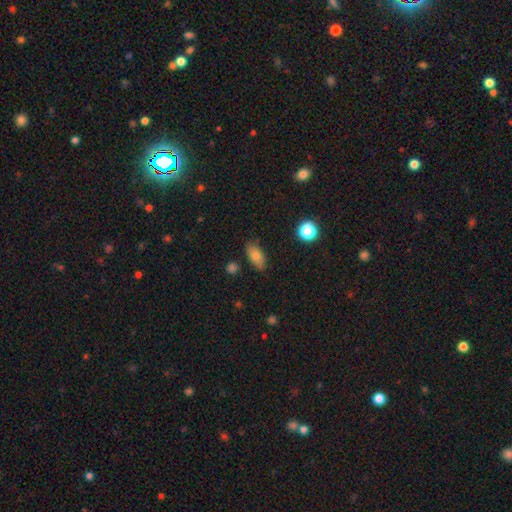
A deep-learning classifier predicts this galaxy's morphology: smooth 75%, featured or disk 15%, star or artifact 10%. Down the decision tree: how rounded — in between (87%); merging — none (82%).